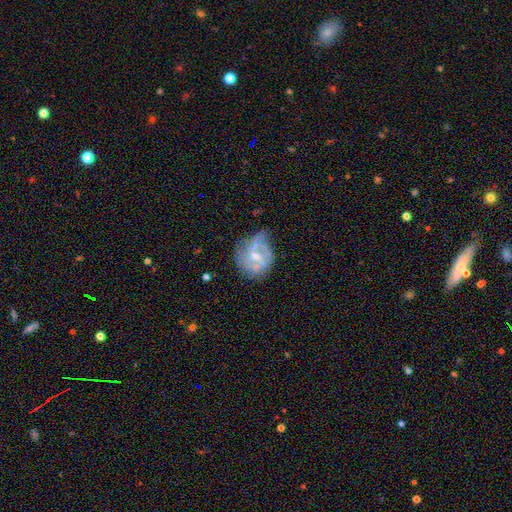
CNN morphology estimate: Overall: featured or disk (67%). Edge-on disk: no (97%). Bar: weak (49%; no 38%). Spiral arms: yes (67%; no 33%). Bulge size: small (57%; moderate 35%). Merging: none (38%; minor disturbance 32%).